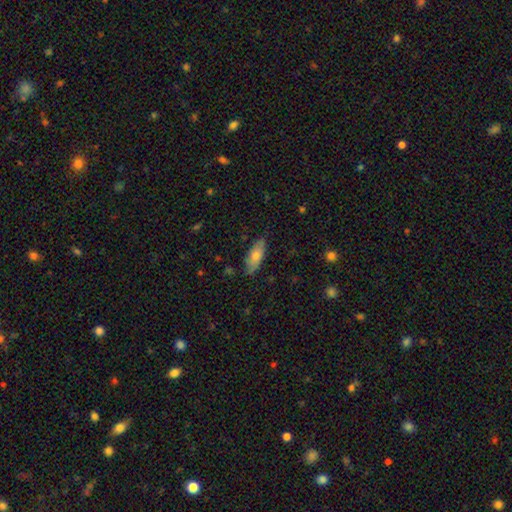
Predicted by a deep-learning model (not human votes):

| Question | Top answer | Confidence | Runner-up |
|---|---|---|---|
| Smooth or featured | smooth | 64% | featured or disk (29%) |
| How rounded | in between | 73% | cigar-shaped (24%) |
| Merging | none | 79% | minor disturbance (17%) |